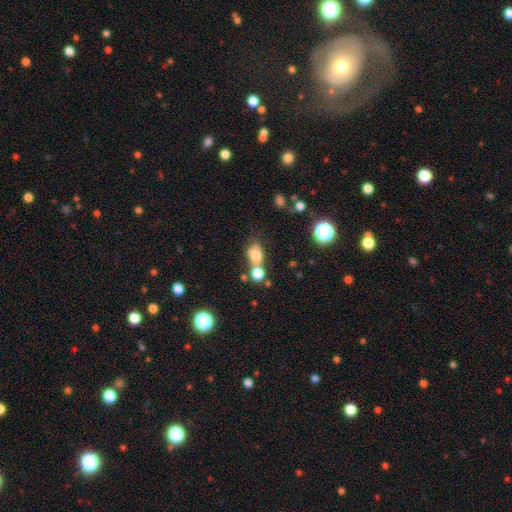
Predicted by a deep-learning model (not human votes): Overall: smooth (73%). How rounded: in between (59%; round 39%). Merging: merger (43%; none 36%).